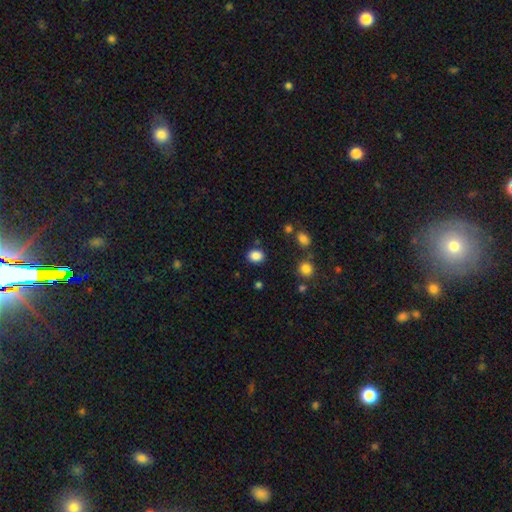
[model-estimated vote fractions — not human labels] This is clearly a smooth galaxy (86%). How rounded: possibly round (52%). Merging: clearly none (85%).